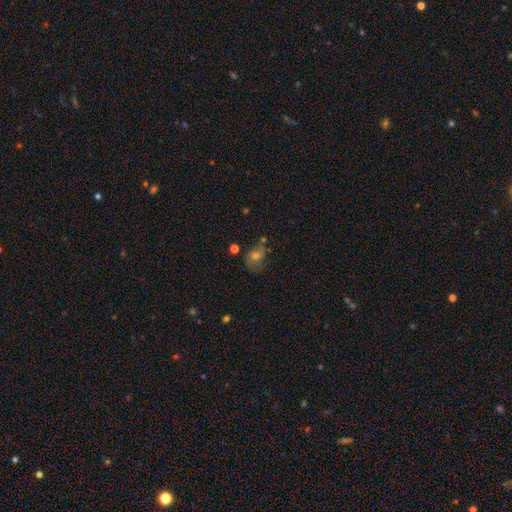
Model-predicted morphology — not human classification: Smooth or featured: smooth — 53% (featured or disk — 30%)
How rounded: in between — 53% (round — 45%)
Merging: none — 48% (minor disturbance — 26%)